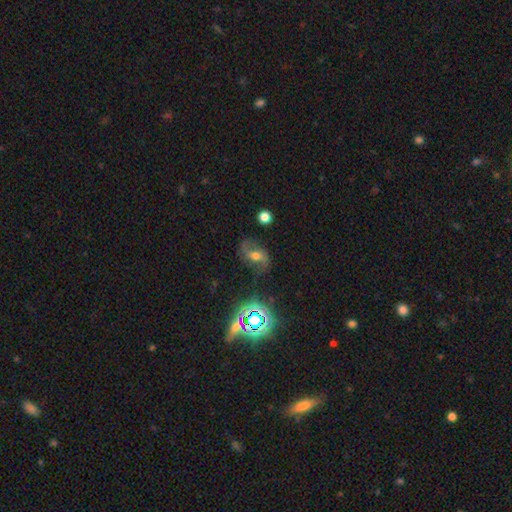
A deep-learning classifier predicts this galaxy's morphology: Smooth or featured? Predicted: featured or disk (p=0.65). Edge-on disk? Predicted: no (p=0.95). Bar? Predicted: weak (p=0.42). Spiral arms? Predicted: yes (p=0.90). Spiral winding? Predicted: loose (p=0.57). Spiral arm count? Predicted: 2 (p=0.88). Bulge size? Predicted: moderate (p=0.64). Merging? Predicted: none (p=0.74).